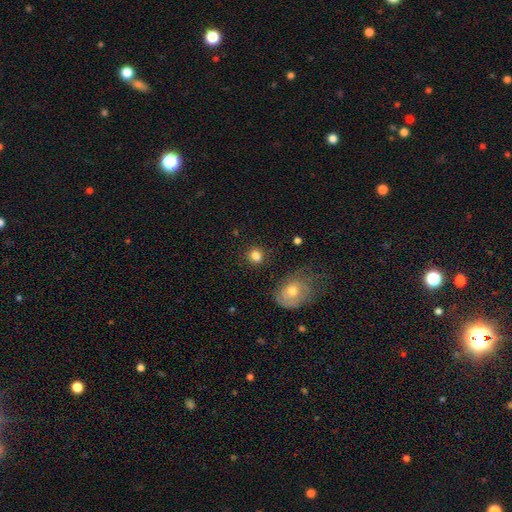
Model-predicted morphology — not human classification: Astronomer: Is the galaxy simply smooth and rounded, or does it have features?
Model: smooth — 82%.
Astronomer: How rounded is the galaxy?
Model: round — 81%.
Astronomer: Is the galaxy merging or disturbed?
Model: none — 83%.